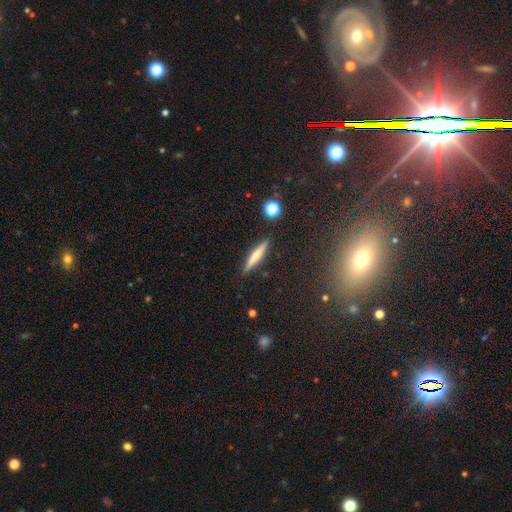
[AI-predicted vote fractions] The model was most divided on "smooth or featured": smooth: 48%, featured or disk: 43%, star or artifact: 9%. More confident: merging — none (89%).